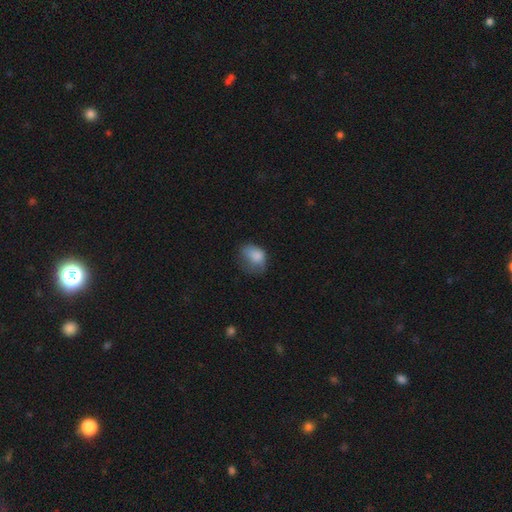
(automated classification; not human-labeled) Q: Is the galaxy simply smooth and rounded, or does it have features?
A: smooth — 78%.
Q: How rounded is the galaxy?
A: in between — 69%.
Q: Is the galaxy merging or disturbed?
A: minor disturbance — 36%.